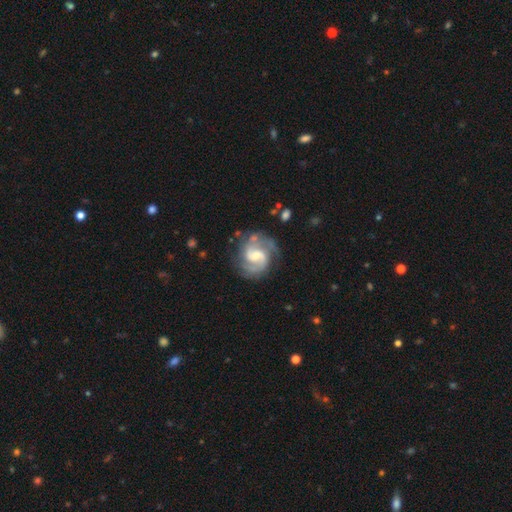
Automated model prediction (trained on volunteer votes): This is clearly a featured or disk galaxy (88%). It is clearly not viewed edge-on (98%). Bar: possibly weak (56%). Spiral arm pattern: clearly yes (97%). Spiral arm count: clearly 2 (82%). Spiral winding: possibly medium (54%). Central bulge: marginally moderate (42%). Merging: likely none (72%).